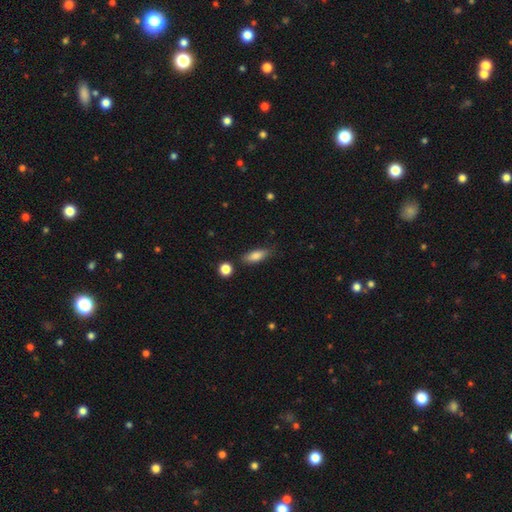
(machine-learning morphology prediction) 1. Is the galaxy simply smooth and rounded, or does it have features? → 82% smooth, 10% featured or disk, 7% star or artifact.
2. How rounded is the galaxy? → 71% in between, 26% cigar-shaped, 3% round.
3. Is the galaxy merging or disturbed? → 76% none, 17% minor disturbance, 4% merger, 4% major disturbance.